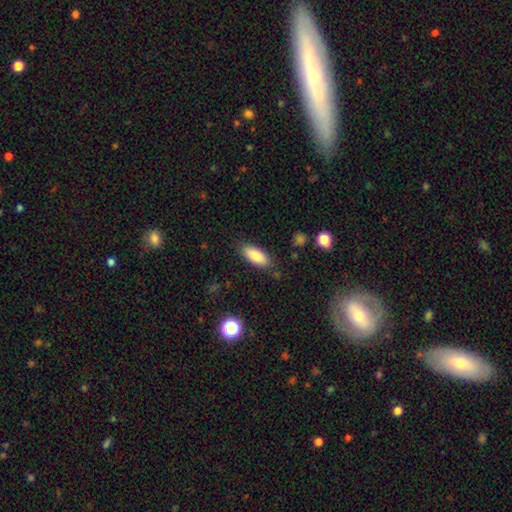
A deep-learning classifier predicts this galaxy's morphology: This is clearly a smooth galaxy (86%). How rounded: clearly in between (82%). Merging: clearly none (83%).